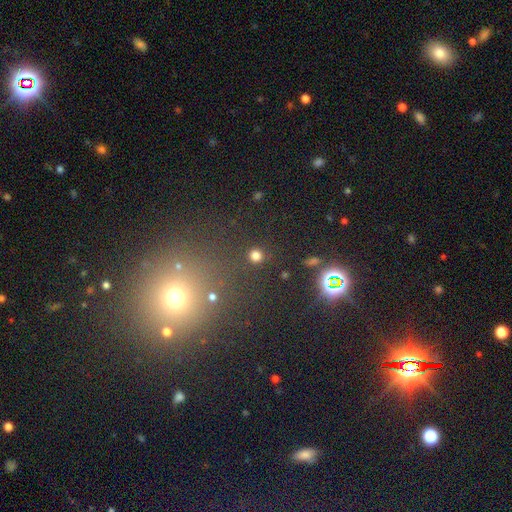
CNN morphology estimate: Overall: smooth (80%). How rounded: round (92%). Merging: none (89%).